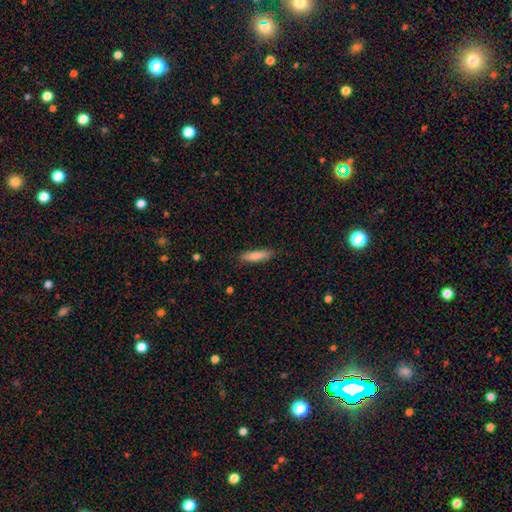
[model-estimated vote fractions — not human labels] Overall: smooth (83%). How rounded: cigar-shaped (77%). Merging: none (87%).